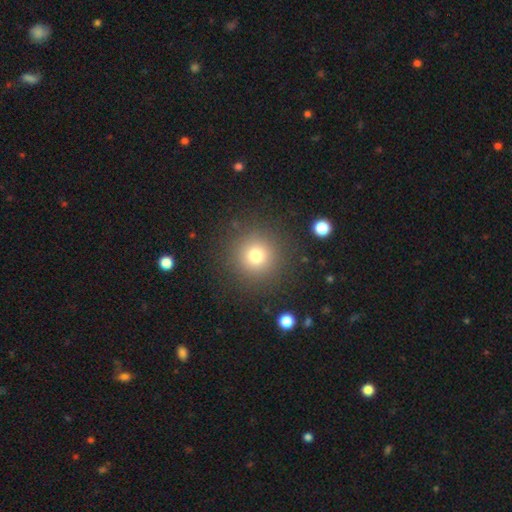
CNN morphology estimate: Smooth or featured: smooth — 75% (star or artifact — 16%)
How rounded: round — 95% (in between — 4%)
Merging: none — 89% (minor disturbance — 6%)